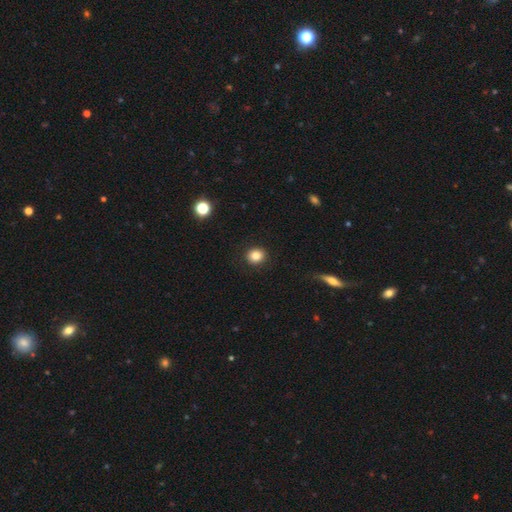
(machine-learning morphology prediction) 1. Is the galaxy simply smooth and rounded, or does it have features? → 85% smooth, 10% star or artifact, 4% featured or disk.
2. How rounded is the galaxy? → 80% round, 19% in between, 1% cigar-shaped.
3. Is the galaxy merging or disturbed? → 91% none, 6% minor disturbance, 2% major disturbance, 1% merger.